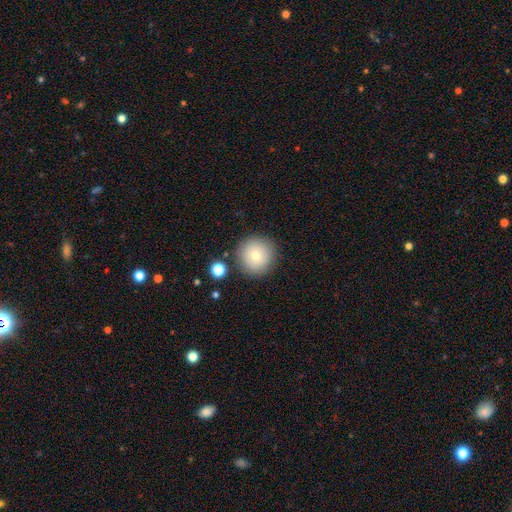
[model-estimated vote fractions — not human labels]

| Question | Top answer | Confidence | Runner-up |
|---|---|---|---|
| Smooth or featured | smooth | 78% | featured or disk (13%) |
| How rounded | round | 95% | in between (4%) |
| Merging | none | 86% | minor disturbance (8%) |